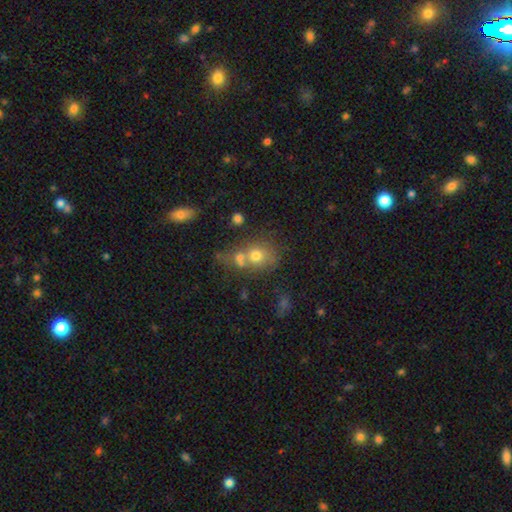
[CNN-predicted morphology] Smooth or featured? Predicted: smooth (p=0.64). How rounded? Predicted: round (p=0.72). Merging? Predicted: merger (p=0.45).